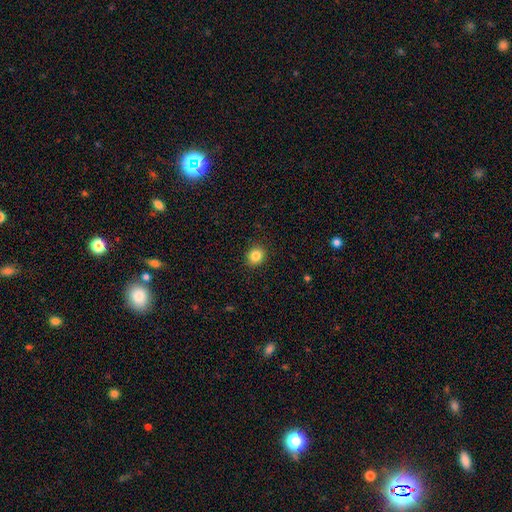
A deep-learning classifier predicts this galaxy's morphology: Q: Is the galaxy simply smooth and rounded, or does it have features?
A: smooth — 85%.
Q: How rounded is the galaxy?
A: round — 78%.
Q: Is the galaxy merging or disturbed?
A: none — 91%.